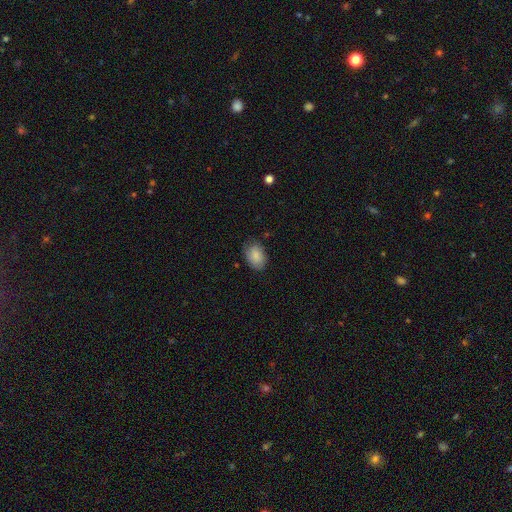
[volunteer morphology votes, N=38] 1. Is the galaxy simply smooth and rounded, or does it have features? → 92% smooth, 5% featured or disk, 3% star or artifact.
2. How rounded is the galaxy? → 74% in between, 26% round, 0% cigar-shaped.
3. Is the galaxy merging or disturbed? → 76% none, 24% minor disturbance, 0% major disturbance, 0% merger.